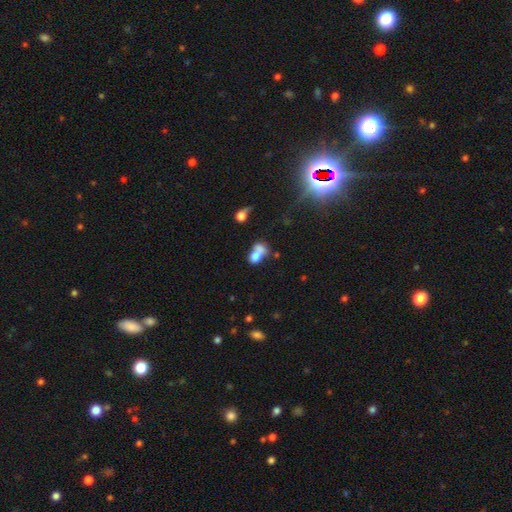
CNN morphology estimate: Q: Smooth or featured?
A: smooth (67%); runner-up: featured or disk (19%)
Q: How rounded?
A: in between (59%); runner-up: round (38%)
Q: Merging?
A: merger (62%); runner-up: none (21%)